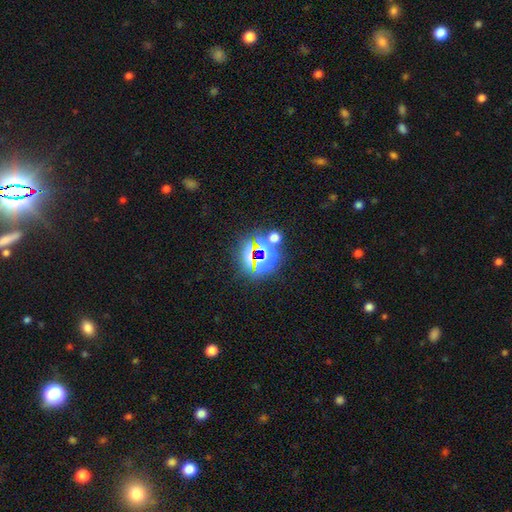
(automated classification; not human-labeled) Q: Smooth or featured?
A: star or artifact (72%); runner-up: smooth (19%)